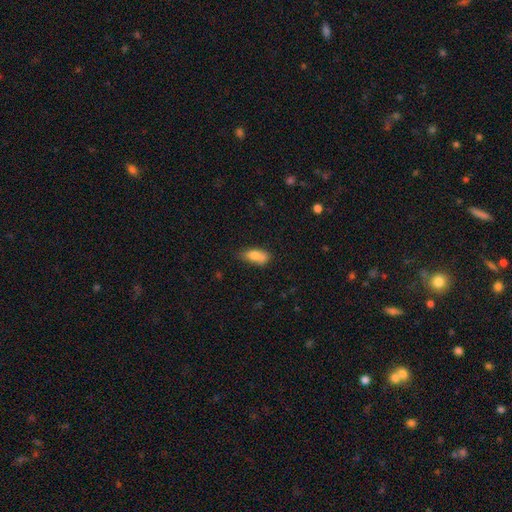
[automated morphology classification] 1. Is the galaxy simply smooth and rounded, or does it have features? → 79% smooth, 13% featured or disk, 8% star or artifact.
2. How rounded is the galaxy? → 81% in between, 15% cigar-shaped, 4% round.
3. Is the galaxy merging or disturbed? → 50% none, 31% minor disturbance, 11% merger, 9% major disturbance.